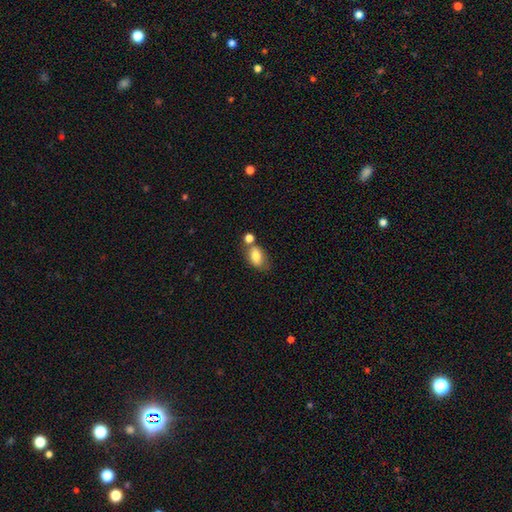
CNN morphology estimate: smooth 79%, featured or disk 12%, star or artifact 9%. Down the decision tree: how rounded — in between (85%); merging — none (48%).